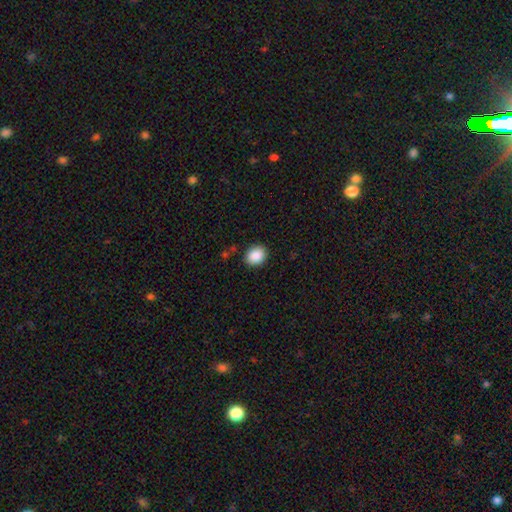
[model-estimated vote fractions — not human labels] A smooth galaxy with no disk features (89%) that is round (54%). Merging: none (88%).